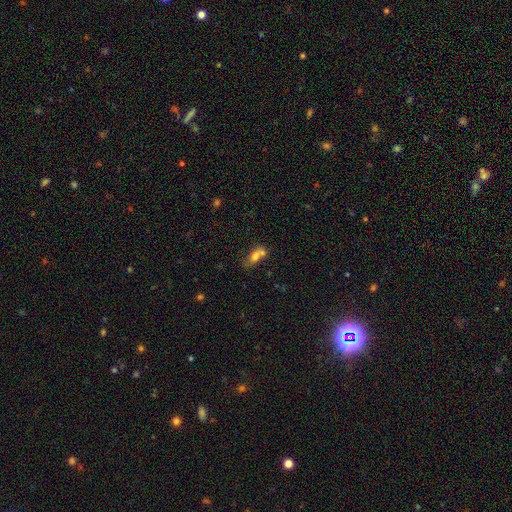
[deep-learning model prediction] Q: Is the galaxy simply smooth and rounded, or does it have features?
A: smooth — 69%.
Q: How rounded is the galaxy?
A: in between — 69%.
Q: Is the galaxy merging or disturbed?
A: merger — 55%.